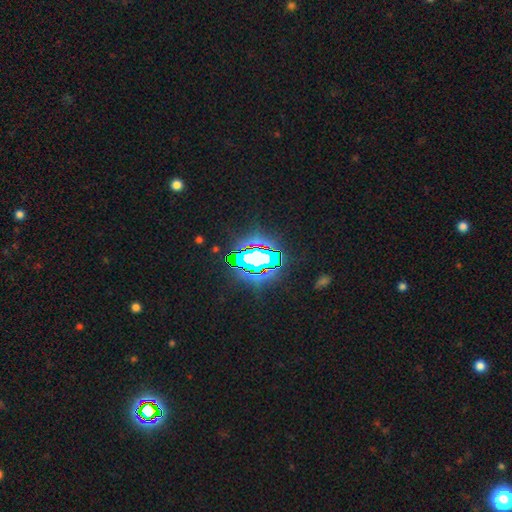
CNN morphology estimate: A star or artifact, not a galaxy (68%).